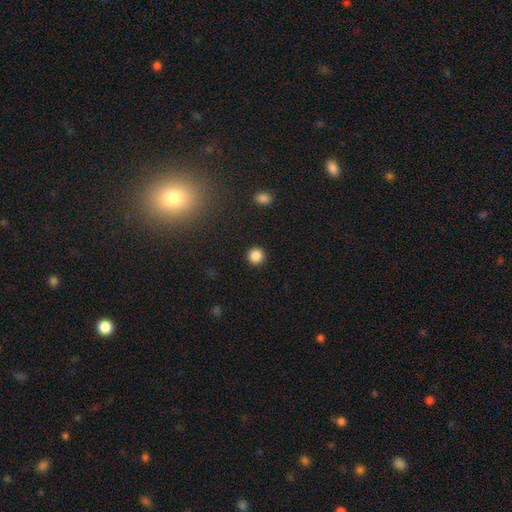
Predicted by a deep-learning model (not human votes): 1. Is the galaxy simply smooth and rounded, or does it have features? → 86% smooth, 11% star or artifact, 3% featured or disk.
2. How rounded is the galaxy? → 95% round, 4% in between, 1% cigar-shaped.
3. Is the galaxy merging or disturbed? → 92% none, 5% minor disturbance, 2% major disturbance, 1% merger.